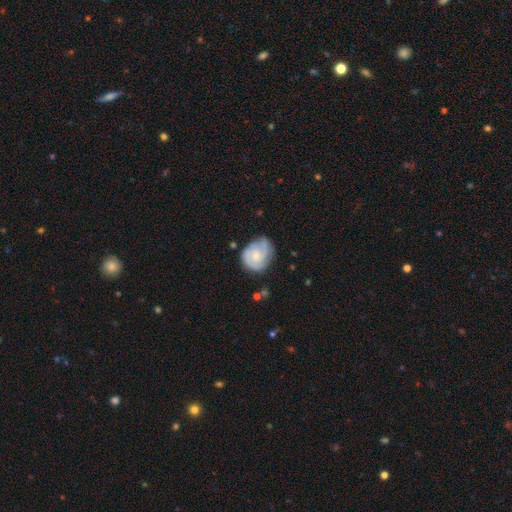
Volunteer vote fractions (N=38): Overall: featured or disk (84%). Edge-on disk: no (97%). Bar: no (52%; weak 39%). Spiral arms: yes (100%). Spiral arm count: 2 (81%). Spiral winding: tight (52%; medium 45%). Bulge size: moderate (52%; small 48%). Merging: none (53%; minor disturbance 36%).